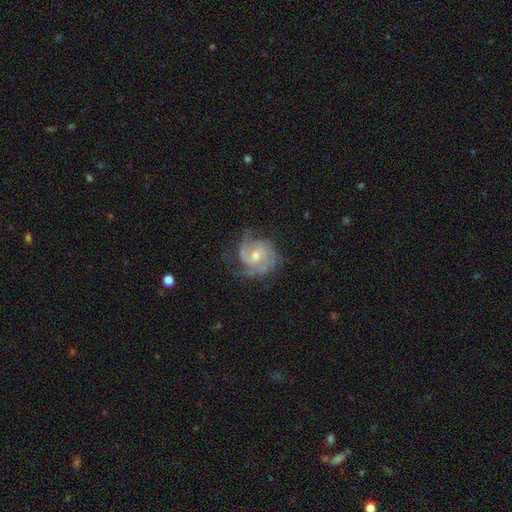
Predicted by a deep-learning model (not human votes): Morphology: type=featured or disk (87%); edge-on=no (98%); bar=no (61%); spiral arms=yes (97%); winding=tight (54%); arm count=3 (37%); bulge=moderate (51%); merging=none (69%).